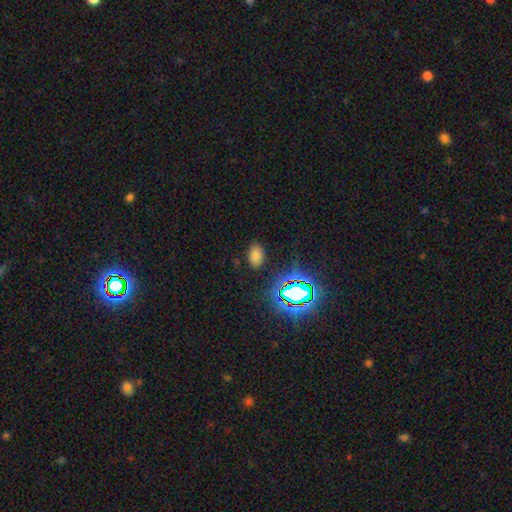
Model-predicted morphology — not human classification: The model was most divided on "smooth or featured": smooth: 67%, star or artifact: 25%, featured or disk: 7%. More confident: how rounded — in between (88%); merging — none (85%).